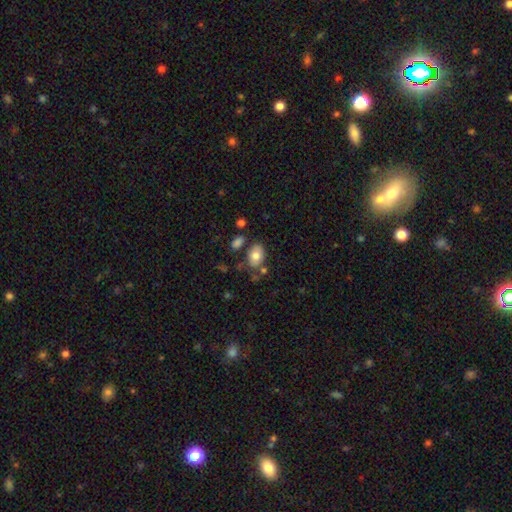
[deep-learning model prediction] The model was most divided on "merging": none: 65%, minor disturbance: 18%, merger: 11%, major disturbance: 6%. More confident: how rounded — in between (86%); smooth or featured — smooth (78%).